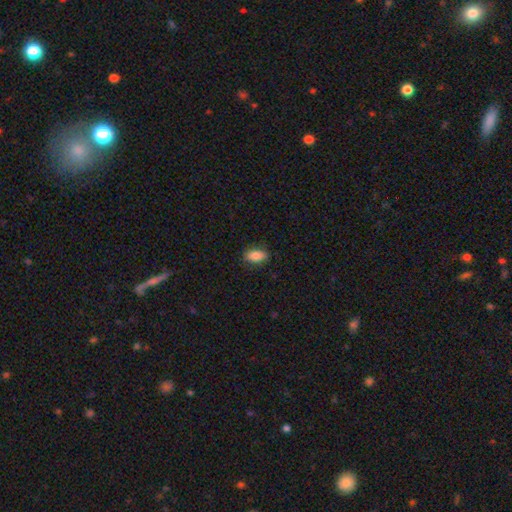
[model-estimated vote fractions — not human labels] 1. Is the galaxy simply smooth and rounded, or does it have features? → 83% smooth, 10% featured or disk, 7% star or artifact.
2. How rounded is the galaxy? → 86% in between, 9% cigar-shaped, 5% round.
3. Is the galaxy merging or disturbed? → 85% none, 12% minor disturbance, 2% major disturbance, 1% merger.